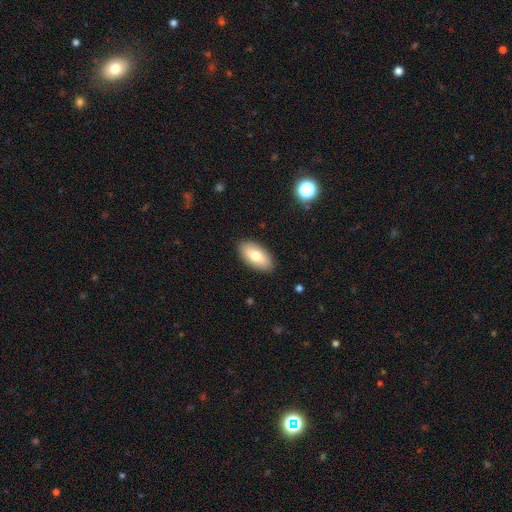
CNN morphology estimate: Smooth or featured: smooth — 75% (featured or disk — 19%)
How rounded: in between — 93% (cigar-shaped — 4%)
Merging: none — 88% (minor disturbance — 9%)